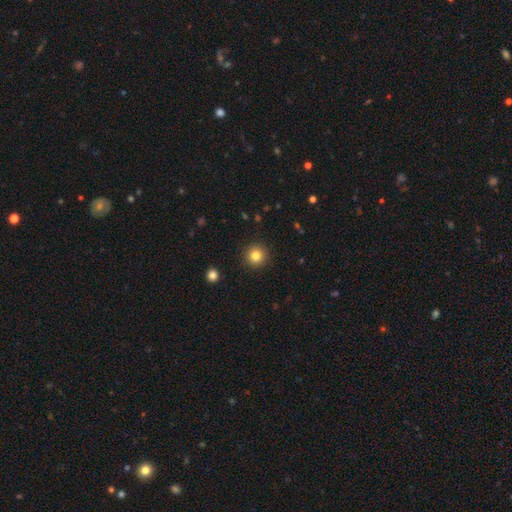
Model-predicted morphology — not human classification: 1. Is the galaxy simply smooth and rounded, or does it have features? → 82% smooth, 12% star or artifact, 7% featured or disk.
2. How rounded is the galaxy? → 95% round, 4% in between, 1% cigar-shaped.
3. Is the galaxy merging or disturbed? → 92% none, 5% minor disturbance, 2% major disturbance, 1% merger.